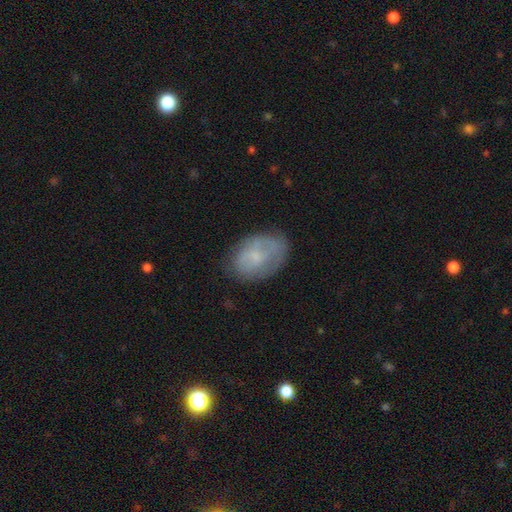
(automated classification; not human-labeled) Smooth or featured?
  - smooth: 58% *
  - featured or disk: 34%
  - star or artifact: 8%
How rounded?
  - in between: 85% *
  - round: 14%
  - cigar-shaped: 1%
Merging?
  - none: 64% *
  - minor disturbance: 25%
  - major disturbance: 9%
  - merger: 2%